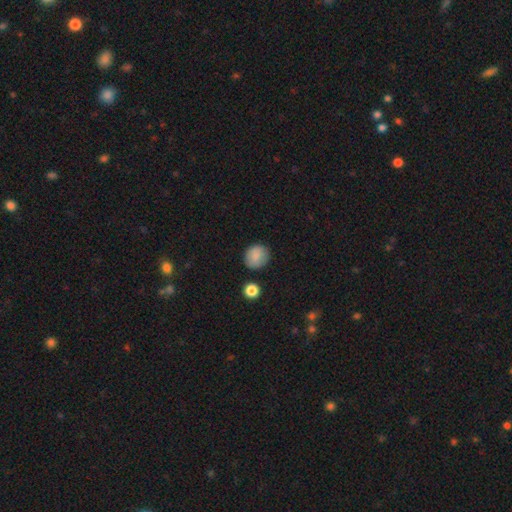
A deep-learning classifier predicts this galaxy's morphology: This appears to be a smooth galaxy with no disk features (86%) that is round (80%). Merging: none (84%).